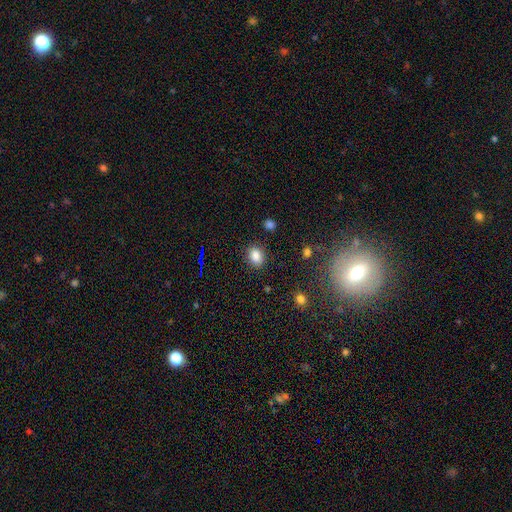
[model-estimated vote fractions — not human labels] Smooth or featured? smooth (84%)
How rounded? in between (62%)
Merging? none (85%)